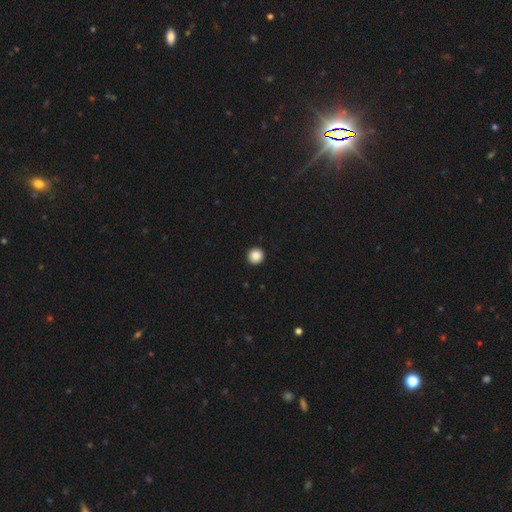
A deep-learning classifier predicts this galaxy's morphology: This appears to be a smooth galaxy with no disk features (87%) that is round (95%). Merging: none (93%).